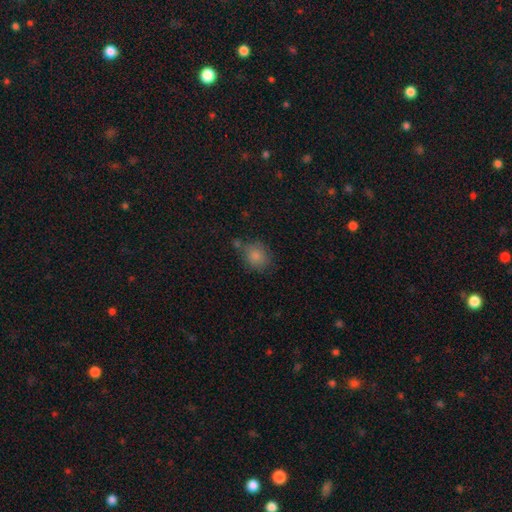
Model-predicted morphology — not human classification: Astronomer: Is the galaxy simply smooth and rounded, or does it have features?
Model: smooth — 84%.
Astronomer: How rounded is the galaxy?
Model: round — 61% (runner-up: in between, 37%).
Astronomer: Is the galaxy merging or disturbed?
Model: none — 65%.